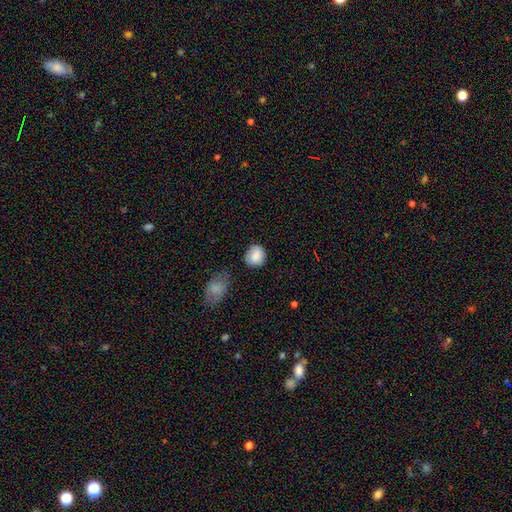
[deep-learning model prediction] smooth 87%, star or artifact 8%, featured or disk 6%. Down the decision tree: how rounded — round (77%); merging — none (71%).